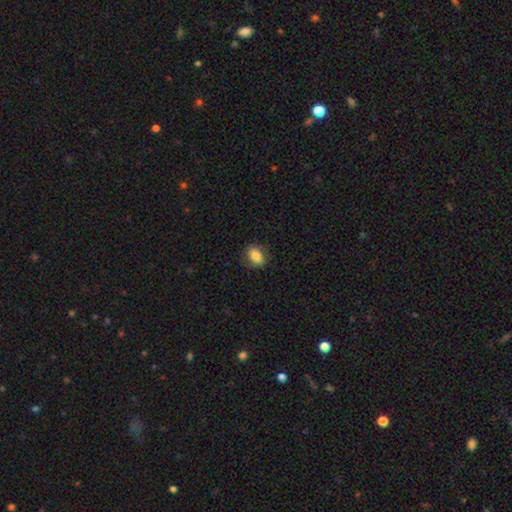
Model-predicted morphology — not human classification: type=smooth (83%); roundness=in between (75%); merging=none (81%).